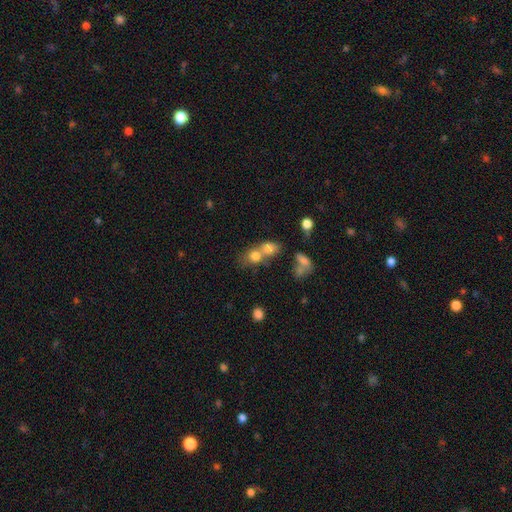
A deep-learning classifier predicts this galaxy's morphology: smooth 73%, featured or disk 15%, star or artifact 12%. Down the decision tree: how rounded — round (59%); merging — merger (62%).